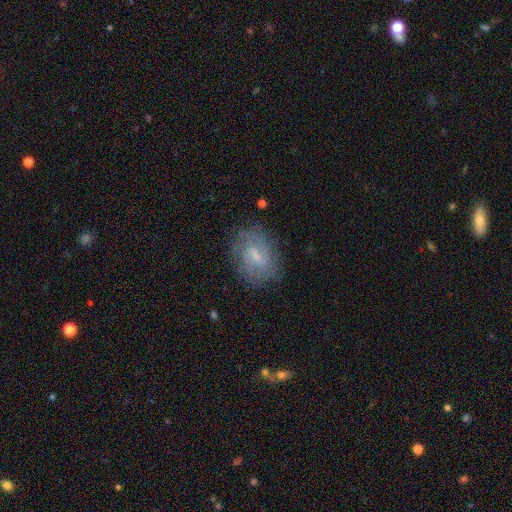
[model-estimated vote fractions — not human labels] Smooth or featured: featured or disk — 64% (smooth — 28%)
Edge-on disk: no — 95% (yes — 5%)
Bar: weak — 61% (strong — 22%)
Spiral arms: yes — 80% (no — 20%)
Bulge size: small — 48% (moderate — 32%)
Merging: none — 73% (minor disturbance — 18%)